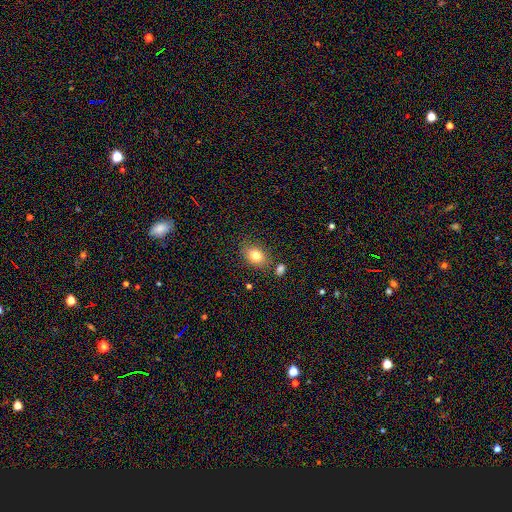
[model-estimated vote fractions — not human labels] The model was most divided on "how rounded": in between: 71%, round: 28%, cigar-shaped: 1%. More confident: smooth or featured — smooth (80%); merging — none (76%).